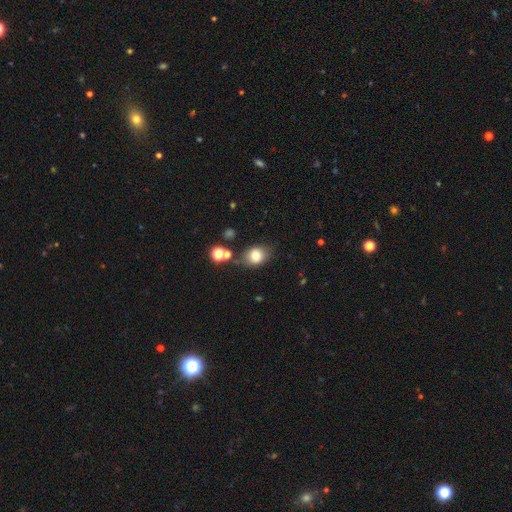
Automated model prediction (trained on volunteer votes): Smooth or featured? smooth (77%)
How rounded? in between (55%)
Merging? none (71%)